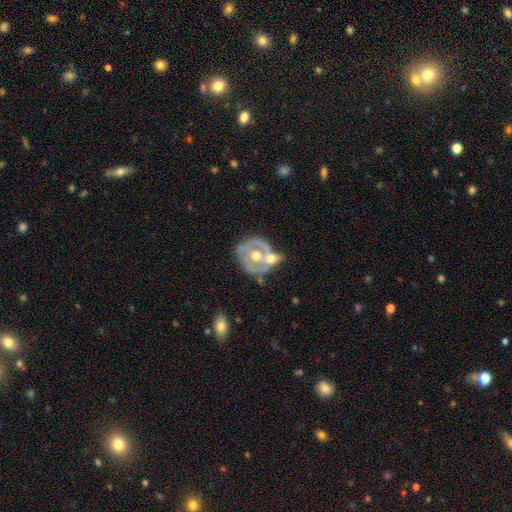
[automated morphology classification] smooth-or-featured: featured or disk: 69% | smooth: 26% | star or artifact: 6%
  disk-edge-on: no: 96% | yes: 4%
    bar: no: 79% | weak: 16% | strong: 5%
    has-spiral-arms: no: 65% | yes: 35%
    bulge-size: moderate: 79% | small: 11% | large: 8% | none: 1% | dominant: 1%
  merging: merger: 43% | none: 33% | minor disturbance: 15% | major disturbance: 9%